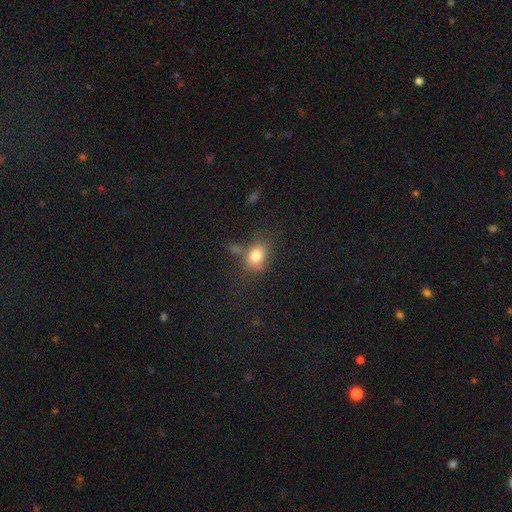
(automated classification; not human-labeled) smooth_or_featured: smooth (p=0.78) [alt: featured or disk p=0.12]
how_rounded: in between (p=0.67) [alt: round p=0.31]
merging: none (p=0.53) [alt: minor disturbance p=0.21]